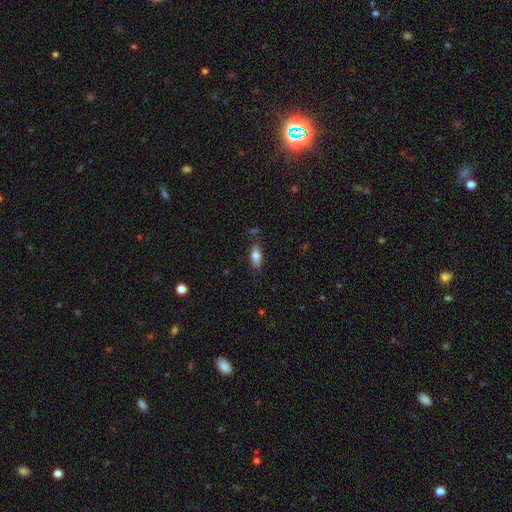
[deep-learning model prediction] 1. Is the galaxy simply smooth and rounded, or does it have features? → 79% smooth, 13% featured or disk, 8% star or artifact.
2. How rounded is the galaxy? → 82% in between, 14% cigar-shaped, 3% round.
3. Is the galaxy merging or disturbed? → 79% none, 15% minor disturbance, 3% major disturbance, 3% merger.